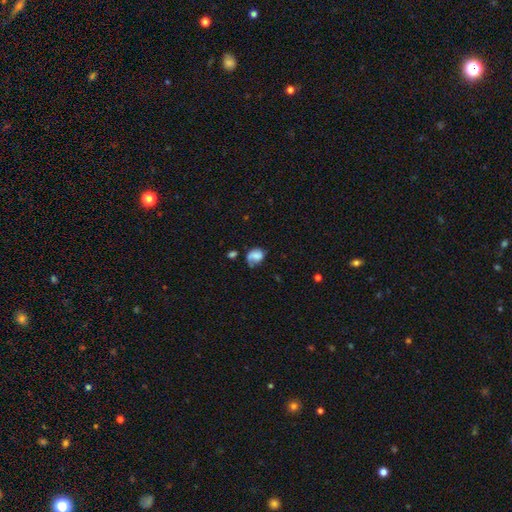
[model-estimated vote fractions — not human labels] A smooth galaxy with no disk features (58%) that is in between round and cigar-shaped (60%).

Vote fractions:
- Smooth or featured? smooth: 58% / featured or disk: 32% / star or artifact: 10%
- How rounded? in between: 60% / round: 39% / cigar-shaped: 1%
- Merging? none: 35% / minor disturbance: 31% / major disturbance: 27% / merger: 7%